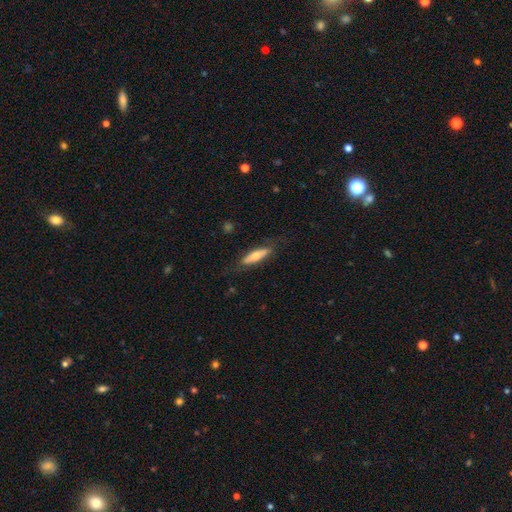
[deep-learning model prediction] This is possibly a smooth galaxy (56%). How rounded: likely cigar-shaped (64%). Merging: likely none (76%).